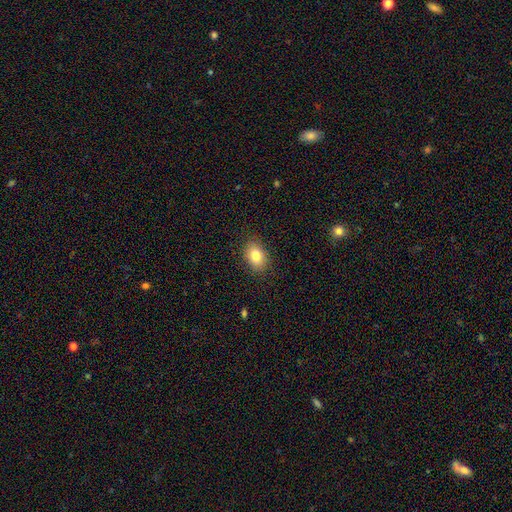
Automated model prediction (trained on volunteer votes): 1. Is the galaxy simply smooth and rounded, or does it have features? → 82% smooth, 9% star or artifact, 9% featured or disk.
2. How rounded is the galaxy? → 77% in between, 22% round, 1% cigar-shaped.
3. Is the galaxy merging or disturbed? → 87% none, 9% minor disturbance, 3% major disturbance, 1% merger.